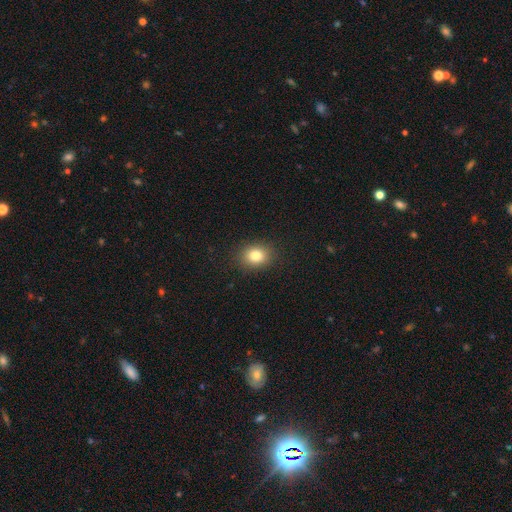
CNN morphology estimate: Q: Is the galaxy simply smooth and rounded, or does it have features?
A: smooth — 82%.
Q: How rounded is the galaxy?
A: round — 54%.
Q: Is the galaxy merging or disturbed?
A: none — 89%.